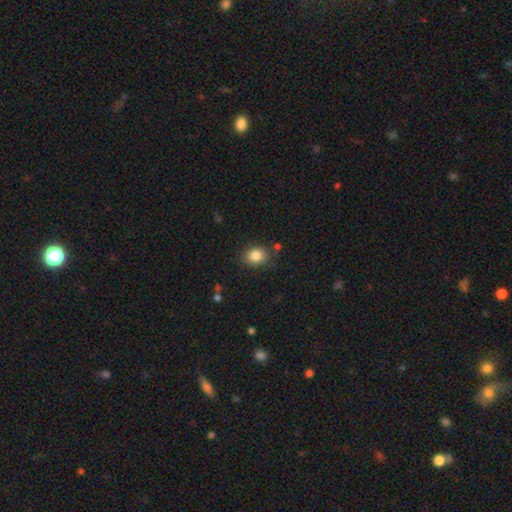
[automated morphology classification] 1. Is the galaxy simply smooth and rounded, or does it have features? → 84% smooth, 9% star or artifact, 6% featured or disk.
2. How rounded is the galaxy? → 55% round, 44% in between, 1% cigar-shaped.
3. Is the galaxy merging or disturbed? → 80% none, 12% minor disturbance, 4% merger, 4% major disturbance.